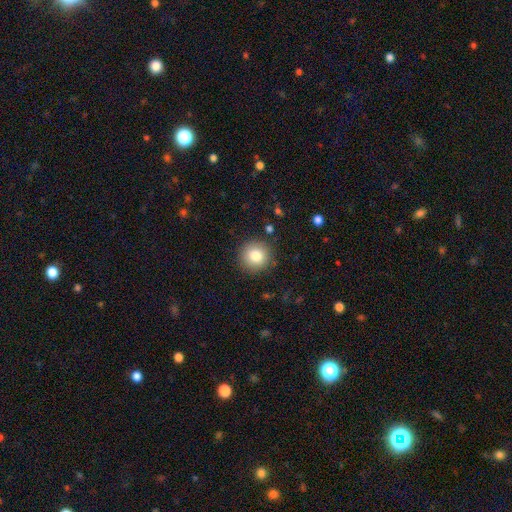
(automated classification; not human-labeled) Smooth or featured? smooth (82%)
How rounded? round (94%)
Merging? none (89%)